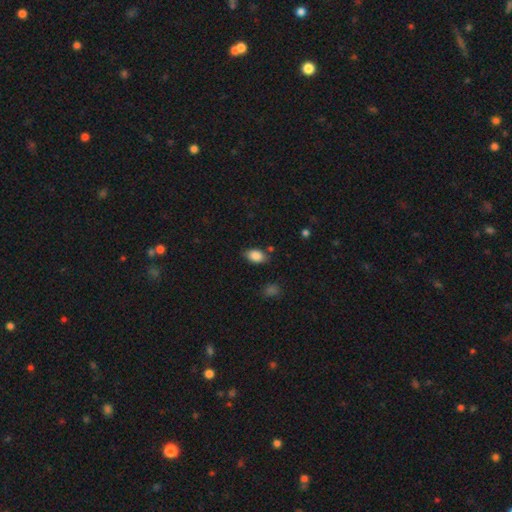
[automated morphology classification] smooth 87%, star or artifact 8%, featured or disk 5%. Down the decision tree: how rounded — in between (90%); merging — none (79%).